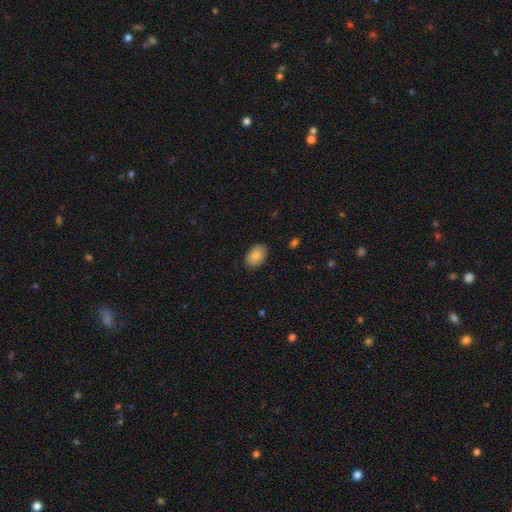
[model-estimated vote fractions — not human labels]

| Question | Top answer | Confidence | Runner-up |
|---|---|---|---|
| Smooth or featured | smooth | 86% | featured or disk (8%) |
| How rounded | in between | 84% | round (15%) |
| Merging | none | 85% | minor disturbance (11%) |